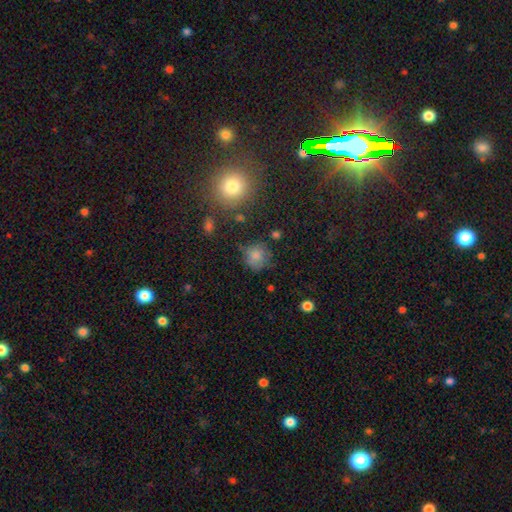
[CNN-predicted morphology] A smooth galaxy with no disk features (78%) that is round (84%). Merging: none (65%).